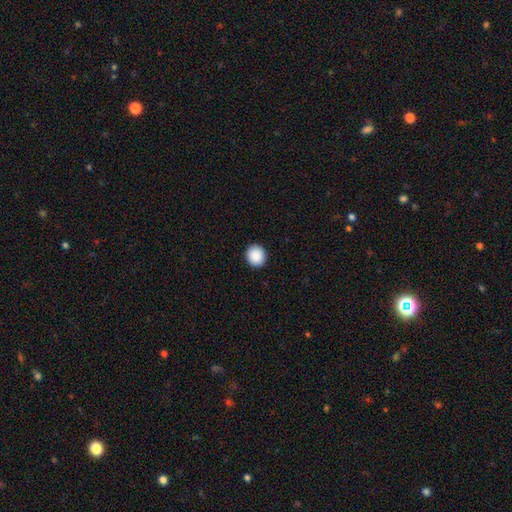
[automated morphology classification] The model was most divided on "how rounded": round: 86%, in between: 13%, cigar-shaped: 1%. More confident: merging — none (93%); smooth or featured — smooth (90%).